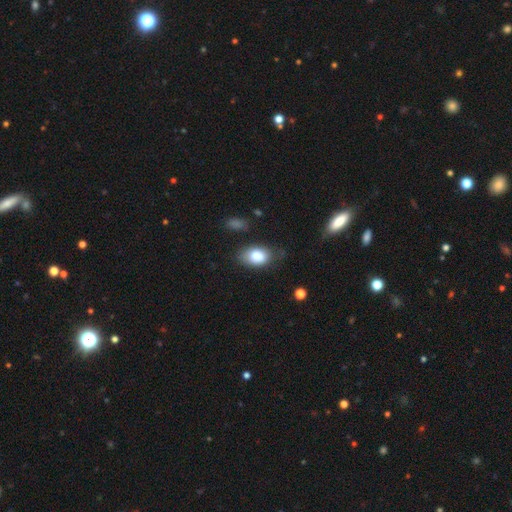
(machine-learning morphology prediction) This is likely a smooth galaxy (80%). How rounded: clearly in between (86%). Merging: likely none (65%).